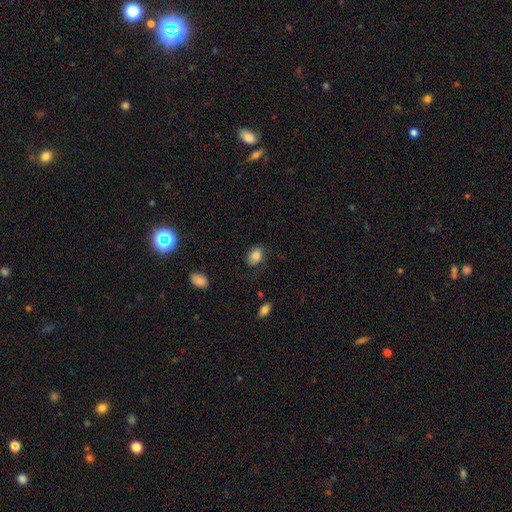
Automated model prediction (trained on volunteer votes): Smooth or featured? Predicted: smooth (p=0.83). How rounded? Predicted: in between (p=0.69). Merging? Predicted: none (p=0.71).